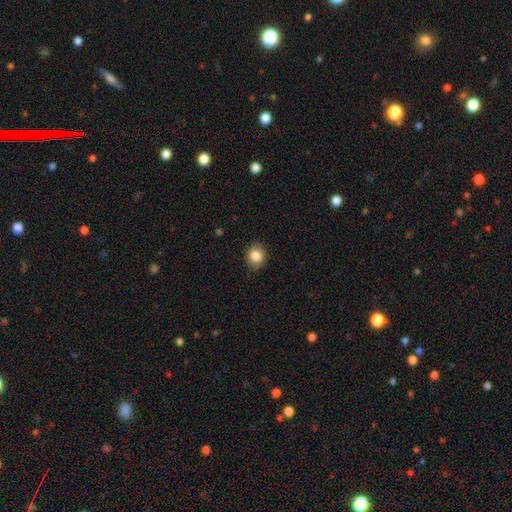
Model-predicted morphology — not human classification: This appears to be a smooth galaxy with no disk features (85%) that is round (67%). Merging: none (87%).